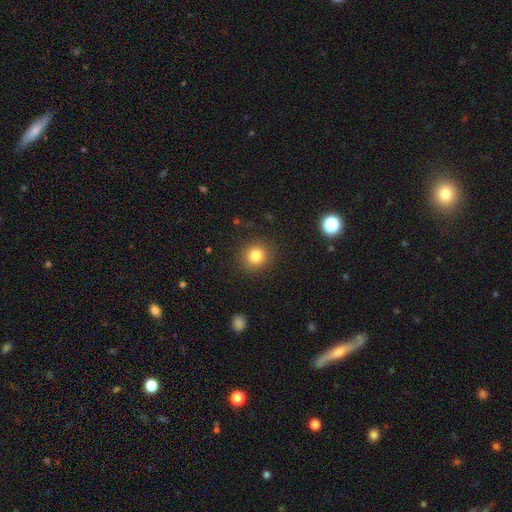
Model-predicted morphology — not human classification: smooth 82%, star or artifact 11%, featured or disk 6%. Down the decision tree: how rounded — round (88%); merging — none (89%).